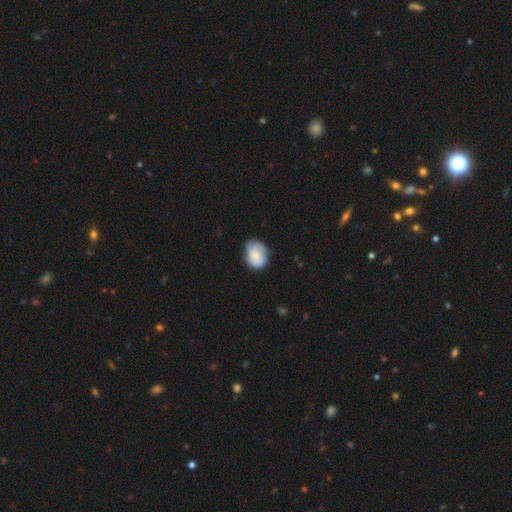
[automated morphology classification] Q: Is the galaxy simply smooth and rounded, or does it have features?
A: smooth — 78%.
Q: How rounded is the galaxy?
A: in between — 61%.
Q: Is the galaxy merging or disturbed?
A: none — 69%.